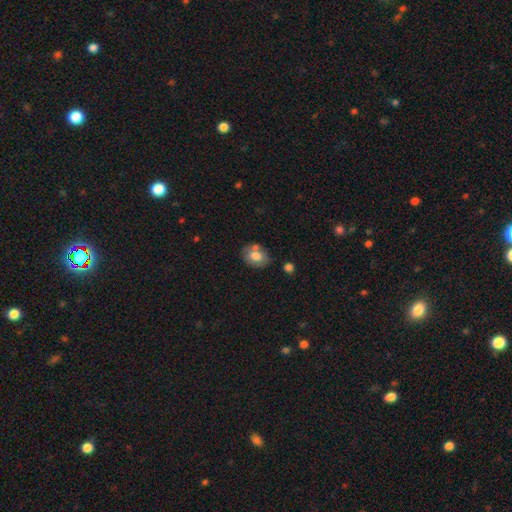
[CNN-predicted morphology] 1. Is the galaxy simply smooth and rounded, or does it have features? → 69% smooth, 23% featured or disk, 8% star or artifact.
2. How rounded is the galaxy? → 66% in between, 33% round, 1% cigar-shaped.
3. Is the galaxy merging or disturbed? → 63% none, 18% minor disturbance, 14% merger, 5% major disturbance.